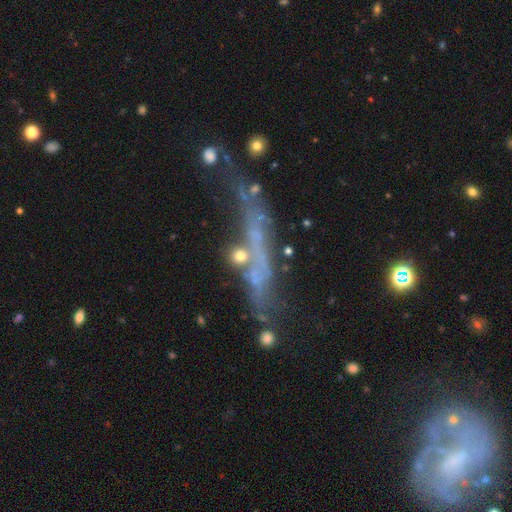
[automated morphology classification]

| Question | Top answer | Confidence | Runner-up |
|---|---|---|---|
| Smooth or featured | featured or disk | 57% | smooth (22%) |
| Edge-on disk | yes | 54% | no (46%) |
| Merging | none | 39% | major disturbance (24%) |